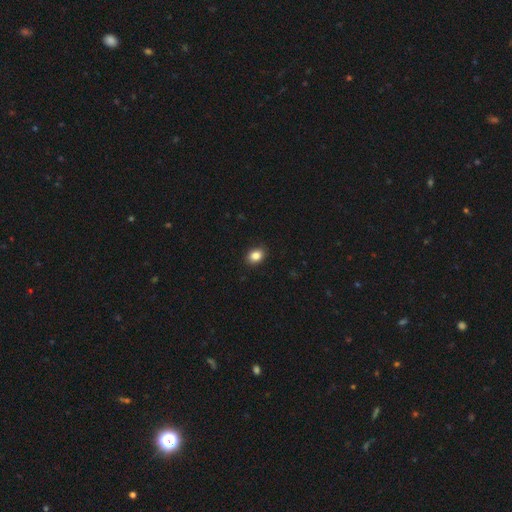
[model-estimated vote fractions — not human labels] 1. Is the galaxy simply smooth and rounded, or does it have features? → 86% smooth, 9% star or artifact, 5% featured or disk.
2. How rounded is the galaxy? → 65% in between, 33% round, 1% cigar-shaped.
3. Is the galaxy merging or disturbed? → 89% none, 8% minor disturbance, 2% major disturbance, 1% merger.